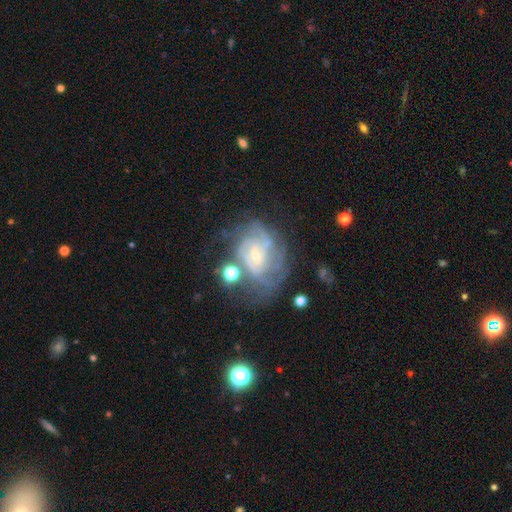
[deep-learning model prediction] Q: Smooth or featured?
A: featured or disk (82%); runner-up: smooth (10%)
Q: Edge-on disk?
A: no (97%); runner-up: yes (3%)
Q: Bar?
A: no (49%); runner-up: weak (40%)
Q: Spiral arms?
A: yes (91%); runner-up: no (9%)
Q: Spiral winding?
A: tight (60%); runner-up: medium (31%)
Q: Spiral arm count?
A: can't tell (41%); runner-up: 3 (18%)
Q: Bulge size?
A: small (75%); runner-up: moderate (21%)
Q: Merging?
A: none (50%); runner-up: minor disturbance (22%)